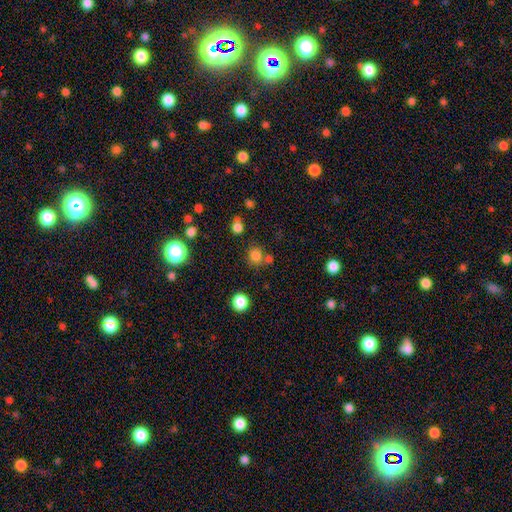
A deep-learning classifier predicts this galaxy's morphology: smooth_or_featured: smooth (p=0.78) [alt: star or artifact p=0.17]
how_rounded: round (p=0.84) [alt: in between p=0.15]
merging: none (p=0.69) [alt: merger p=0.17]